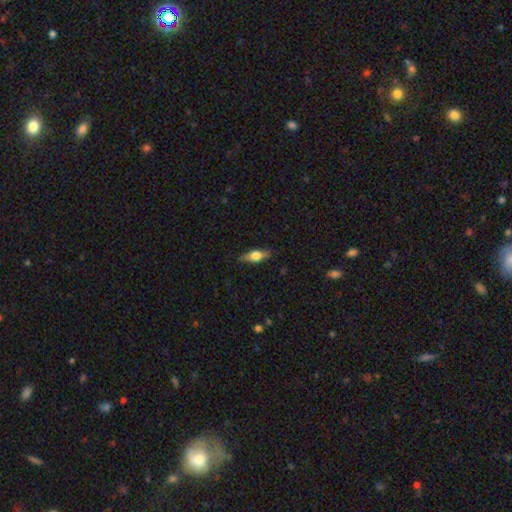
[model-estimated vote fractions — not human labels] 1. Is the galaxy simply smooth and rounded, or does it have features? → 48% smooth, 45% featured or disk, 7% star or artifact.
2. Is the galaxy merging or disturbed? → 83% none, 13% minor disturbance, 3% major disturbance, 1% merger.